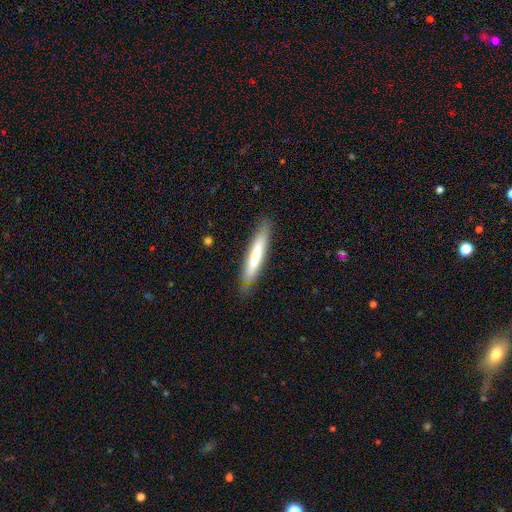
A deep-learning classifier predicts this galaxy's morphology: smooth 67%, featured or disk 27%, star or artifact 6%. Down the decision tree: how rounded — cigar-shaped (93%); merging — none (84%).